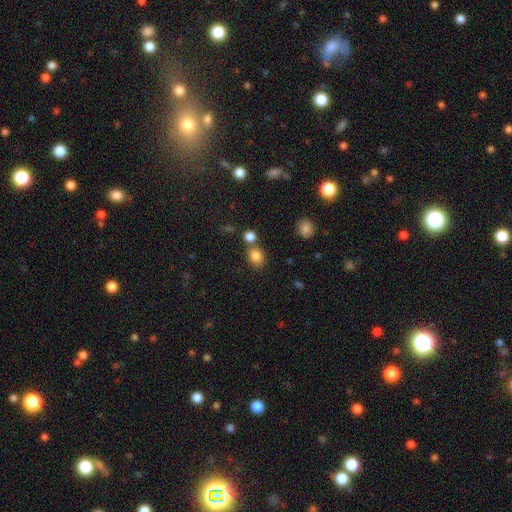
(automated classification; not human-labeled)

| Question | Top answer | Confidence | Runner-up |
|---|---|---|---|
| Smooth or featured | smooth | 83% | star or artifact (11%) |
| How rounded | round | 53% | in between (46%) |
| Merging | none | 62% | merger (22%) |